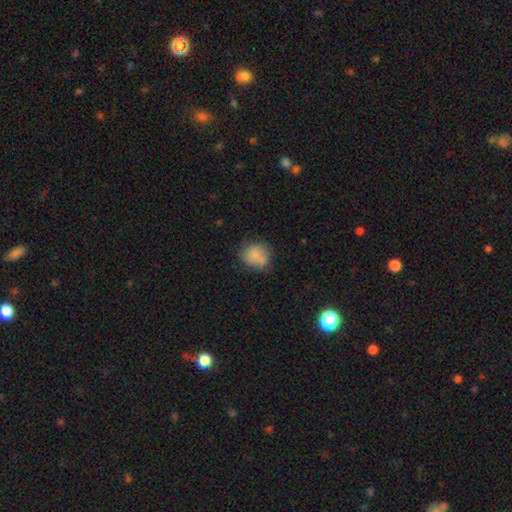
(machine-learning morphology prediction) Q: Smooth or featured?
A: smooth (75%); runner-up: featured or disk (16%)
Q: How rounded?
A: round (74%); runner-up: in between (25%)
Q: Merging?
A: none (57%); runner-up: minor disturbance (26%)